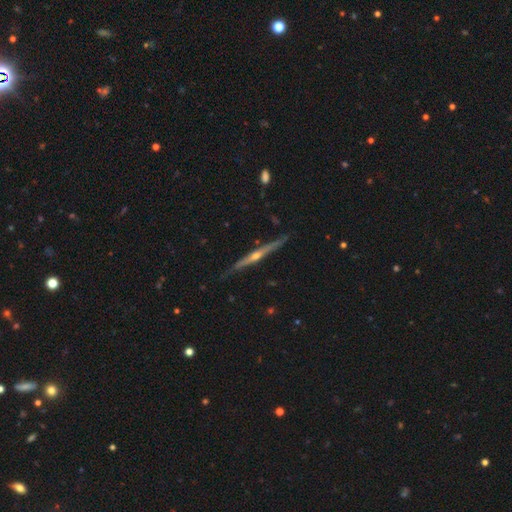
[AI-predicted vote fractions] A featured or disk galaxy (84%) viewed edge-on (98%) with a rounded central bulge (86%).

Vote fractions:
- Smooth or featured? featured or disk: 84% / smooth: 11% / star or artifact: 5%
- Edge-on disk? yes: 98% / no: 2%
- Edge-on bulge? rounded: 86% / none: 10% / boxy: 4%
- Merging? none: 87% / minor disturbance: 10% / major disturbance: 2% / merger: 1%